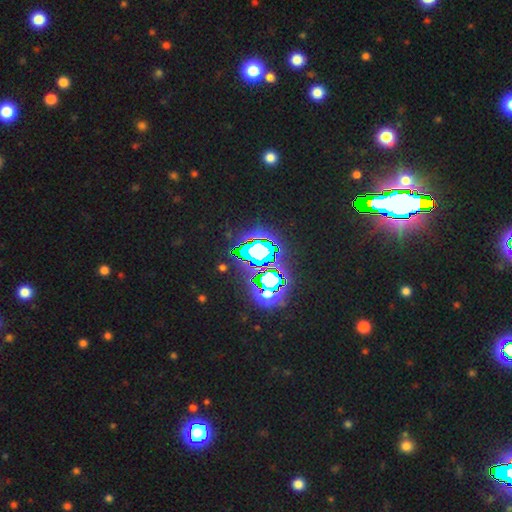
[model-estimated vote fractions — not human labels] Smooth or featured: star or artifact — 83% (smooth — 10%)